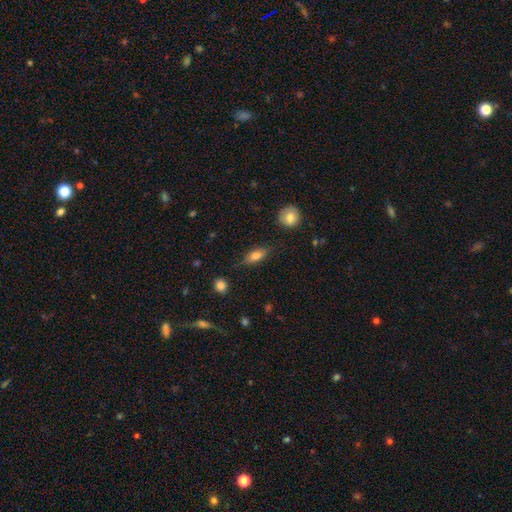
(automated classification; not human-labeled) Smooth or featured?
  - smooth: 74% *
  - featured or disk: 18%
  - star or artifact: 8%
How rounded?
  - in between: 77% *
  - cigar-shaped: 18%
  - round: 5%
Merging?
  - none: 75% *
  - minor disturbance: 18%
  - major disturbance: 4%
  - merger: 2%